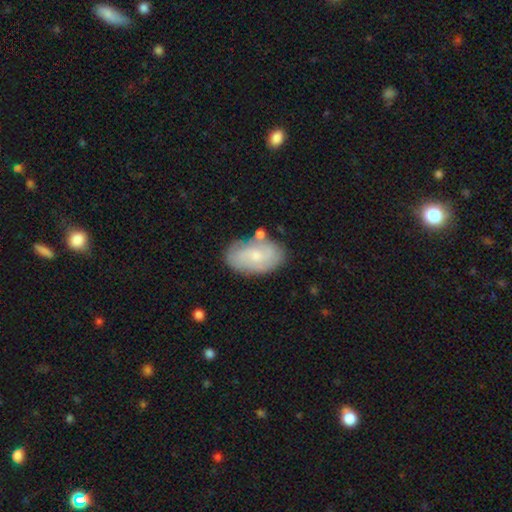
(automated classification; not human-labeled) This is possibly a smooth galaxy (48%). Merging: likely none (70%).